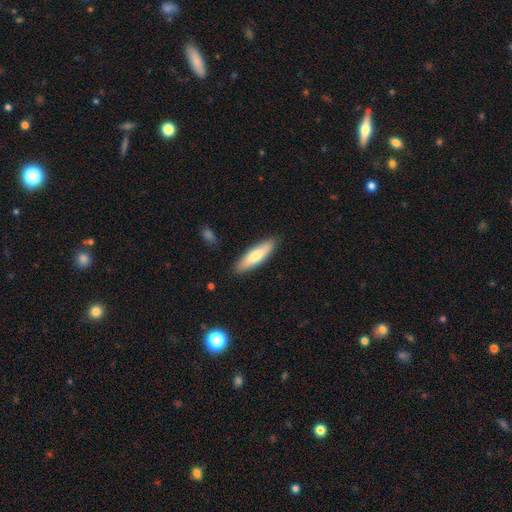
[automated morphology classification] smooth 72%, featured or disk 23%, star or artifact 5%. Down the decision tree: how rounded — cigar-shaped (65%); merging — none (88%).